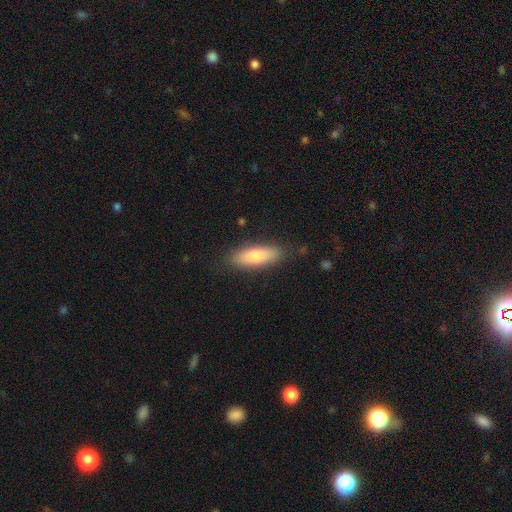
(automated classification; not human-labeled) Smooth or featured? Predicted: smooth (p=0.77). How rounded? Predicted: in between (p=0.53). Merging? Predicted: none (p=0.85).